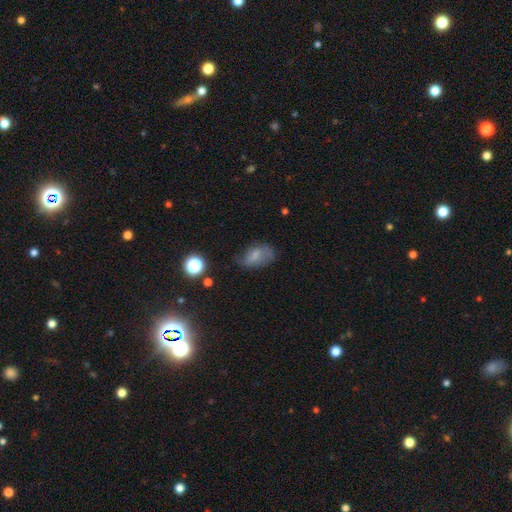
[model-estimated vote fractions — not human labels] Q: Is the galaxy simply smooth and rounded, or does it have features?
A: smooth — 62%.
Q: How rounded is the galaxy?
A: in between — 87%.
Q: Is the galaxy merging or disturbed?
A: none — 47%.